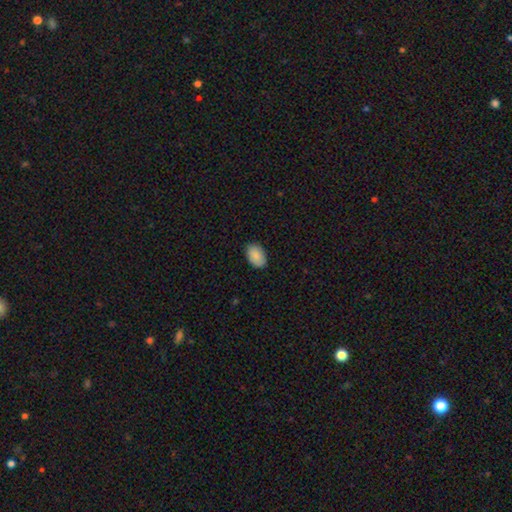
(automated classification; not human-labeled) A smooth galaxy with no disk features (90%) that is in between round and cigar-shaped (90%).

Vote fractions:
- Smooth or featured? smooth: 90% / star or artifact: 6% / featured or disk: 4%
- How rounded? in between: 90% / round: 9% / cigar-shaped: 1%
- Merging? none: 86% / minor disturbance: 11% / major disturbance: 2% / merger: 1%